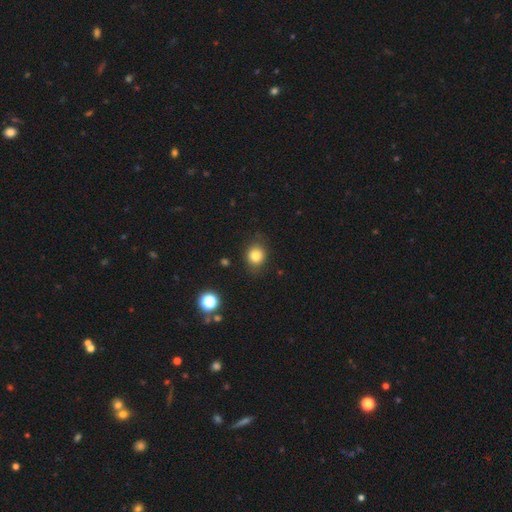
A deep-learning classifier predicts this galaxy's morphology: type=smooth (80%); roundness=round (71%); merging=none (83%).